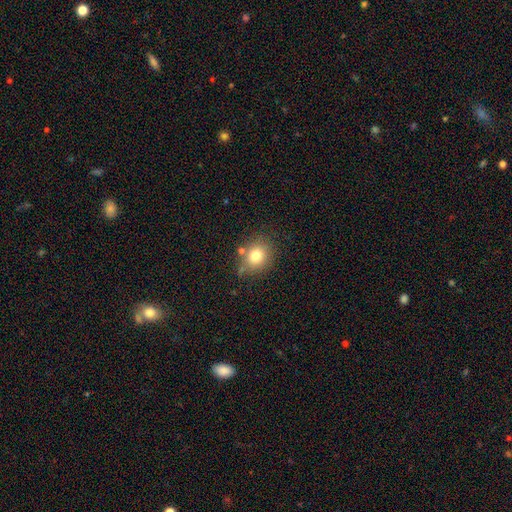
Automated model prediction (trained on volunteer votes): Smooth or featured? Predicted: smooth (p=0.77). How rounded? Predicted: round (p=0.69). Merging? Predicted: none (p=0.72).